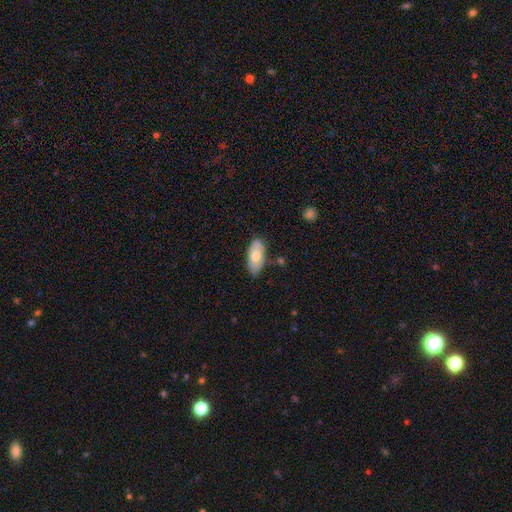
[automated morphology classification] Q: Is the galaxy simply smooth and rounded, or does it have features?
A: smooth — 69%.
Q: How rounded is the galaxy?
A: in between — 91%.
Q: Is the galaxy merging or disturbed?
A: none — 76%.